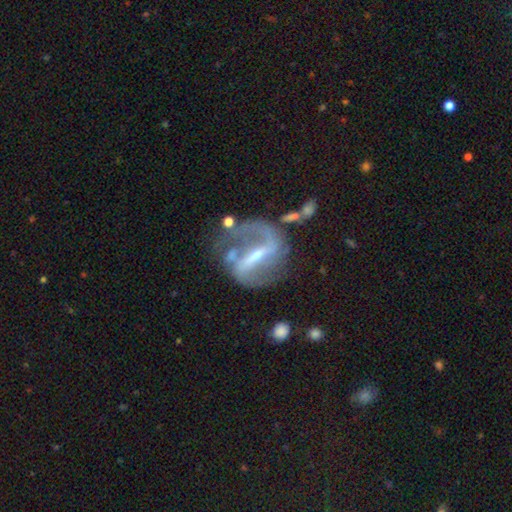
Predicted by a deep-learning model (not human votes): Overall: featured or disk (88%). Edge-on disk: no (95%). Bar: strong (72%). Spiral arms: yes (92%). Spiral arm count: 2 (87%). Spiral winding: medium (46%; loose 38%). Bulge size: small (66%; moderate 28%). Merging: none (60%).